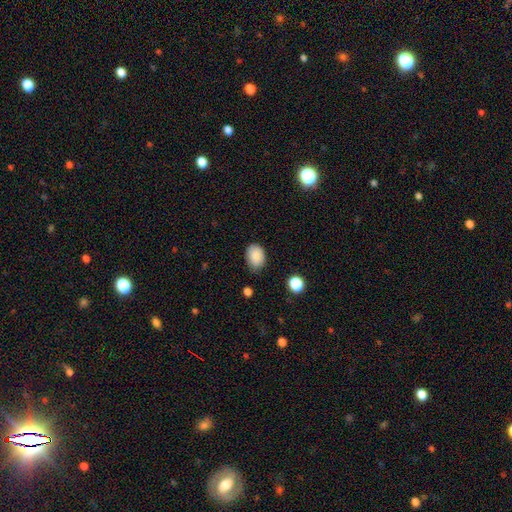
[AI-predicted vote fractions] Smooth or featured? Predicted: smooth (p=0.87). How rounded? Predicted: in between (p=0.74). Merging? Predicted: none (p=0.74).